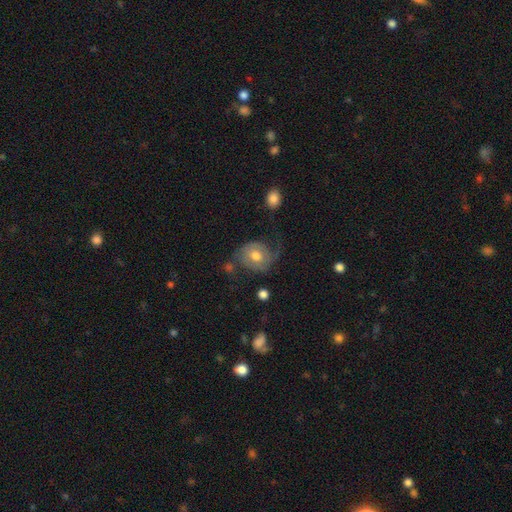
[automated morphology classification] A featured or disk galaxy (59%) with no bar (70%), spiral arms (84%) and a moderate central bulge (75%). Merging: none (49%).